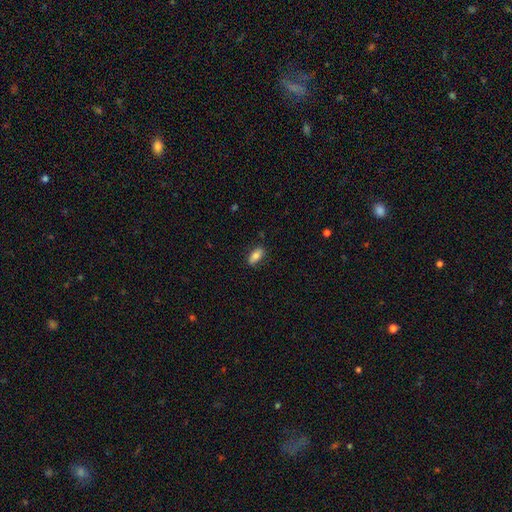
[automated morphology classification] smooth_or_featured: smooth (p=0.77) [alt: featured or disk p=0.15]
how_rounded: in between (p=0.83) [alt: cigar-shaped p=0.14]
merging: none (p=0.82) [alt: minor disturbance p=0.14]